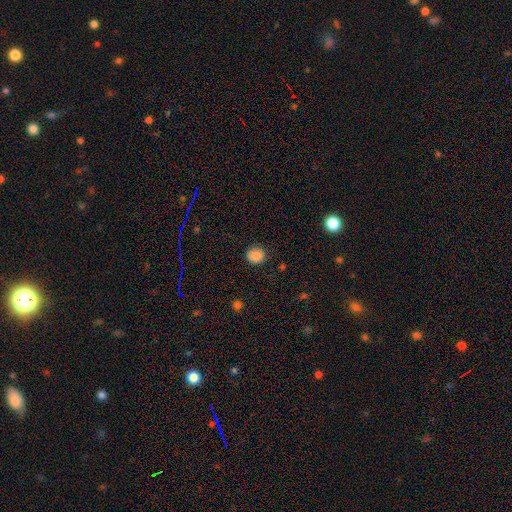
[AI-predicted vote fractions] Smooth or featured? Predicted: smooth (p=0.86). How rounded? Predicted: round (p=0.87). Merging? Predicted: none (p=0.86).